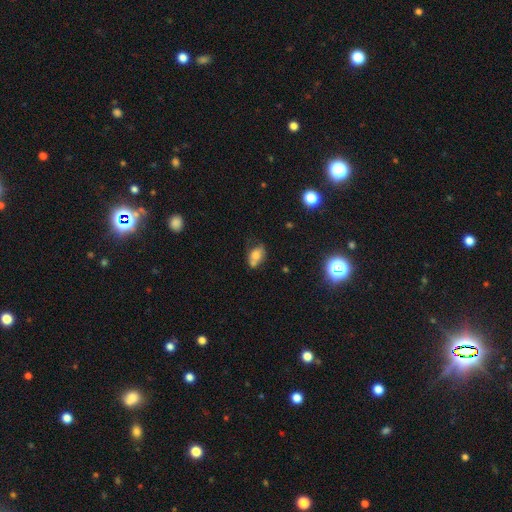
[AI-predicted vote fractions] Morphology: type=smooth (67%); roundness=in between (81%); merging=none (44%).